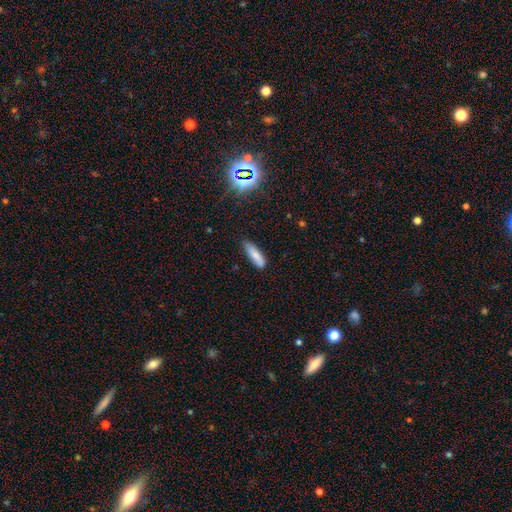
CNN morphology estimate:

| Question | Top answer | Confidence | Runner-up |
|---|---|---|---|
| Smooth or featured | smooth | 81% | featured or disk (10%) |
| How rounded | cigar-shaped | 57% | in between (41%) |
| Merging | none | 75% | minor disturbance (20%) |